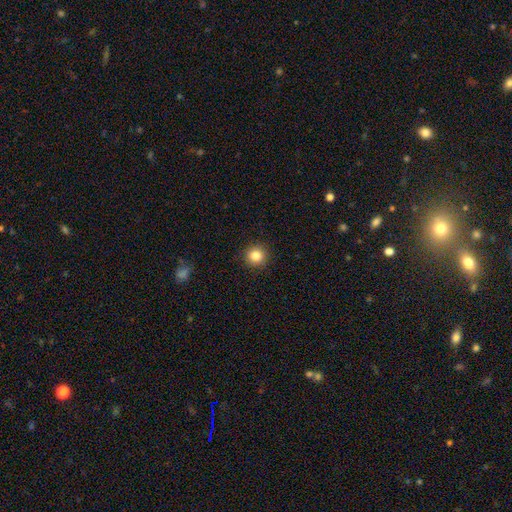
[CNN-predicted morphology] smooth-or-featured: smooth: 84% | star or artifact: 11% | featured or disk: 5%
  how-rounded: round: 94% | in between: 5% | cigar-shaped: 1%
  merging: none: 92% | minor disturbance: 5% | major disturbance: 2% | merger: 1%